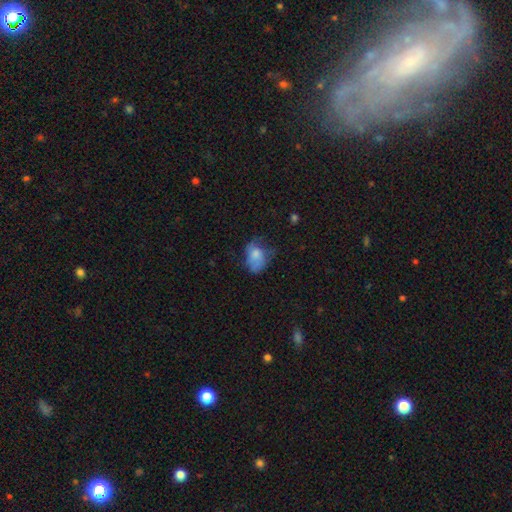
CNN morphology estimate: smooth_or_featured: smooth (p=0.64) [alt: featured or disk p=0.25]
how_rounded: in between (p=0.72) [alt: round p=0.27]
merging: none (p=0.40) [alt: minor disturbance p=0.31]